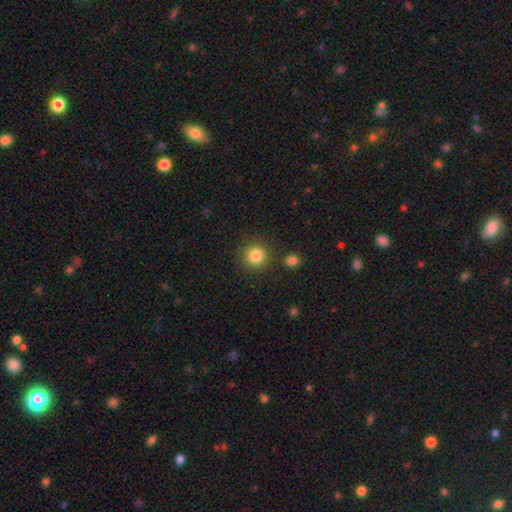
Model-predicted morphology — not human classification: This appears to be a smooth galaxy with no disk features (85%) that is round (92%). Merging: none (86%).